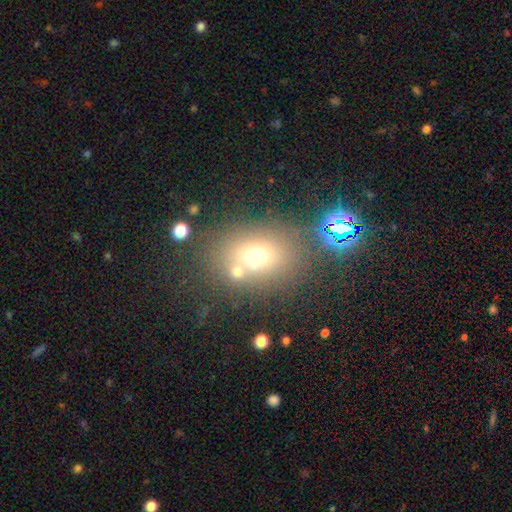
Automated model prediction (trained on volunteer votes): Smooth or featured: smooth — 64% (star or artifact — 21%)
How rounded: round — 51% (in between — 48%)
Merging: none — 63% (merger — 18%)